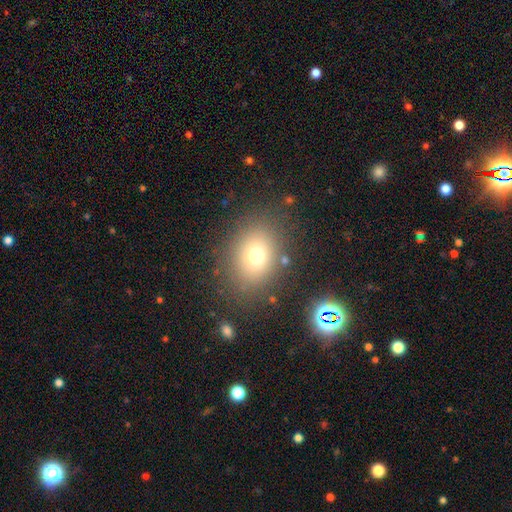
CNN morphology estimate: A smooth galaxy with no disk features (71%) that is in between round and cigar-shaped (58%).

Vote fractions:
- Smooth or featured? smooth: 71% / star or artifact: 16% / featured or disk: 13%
- How rounded? in between: 58% / round: 41% / cigar-shaped: 1%
- Merging? none: 81% / minor disturbance: 11% / major disturbance: 5% / merger: 3%